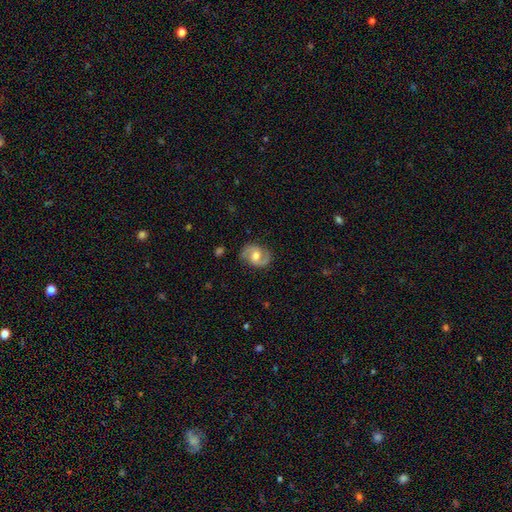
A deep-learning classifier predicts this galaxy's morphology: Overall: featured or disk (81%). Edge-on disk: no (98%). Bar: weak (48%; no 38%). Spiral arms: yes (93%). Spiral arm count: 2 (92%). Spiral winding: medium (55%; loose 25%). Bulge size: moderate (68%). Merging: none (83%).